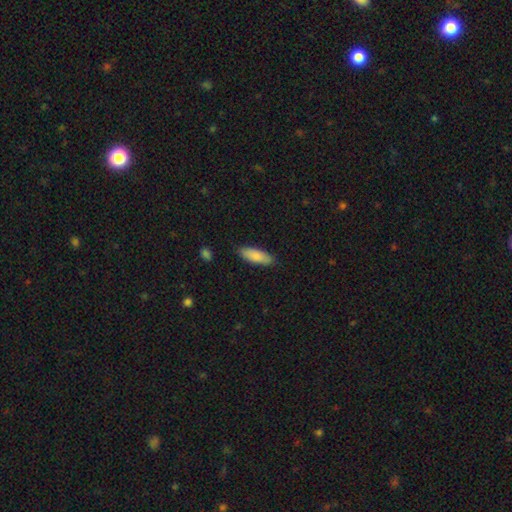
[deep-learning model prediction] Morphology: type=smooth (86%); roundness=in between (64%); merging=none (86%).